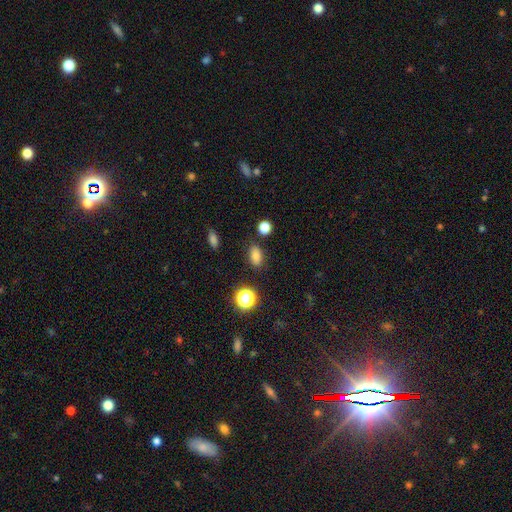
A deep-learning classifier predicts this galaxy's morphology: smooth 79%, star or artifact 15%, featured or disk 6%. Down the decision tree: how rounded — in between (82%); merging — none (83%).